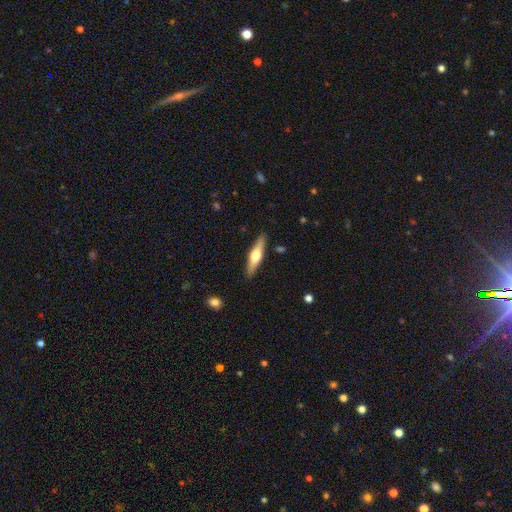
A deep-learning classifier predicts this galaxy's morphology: smooth_or_featured: featured or disk (p=0.54) [alt: smooth p=0.41]
disk_edge_on: yes (p=0.94) [alt: no p=0.06]
edge_on_bulge: rounded (p=0.93) [alt: boxy p=0.04]
merging: none (p=0.89) [alt: minor disturbance p=0.08]